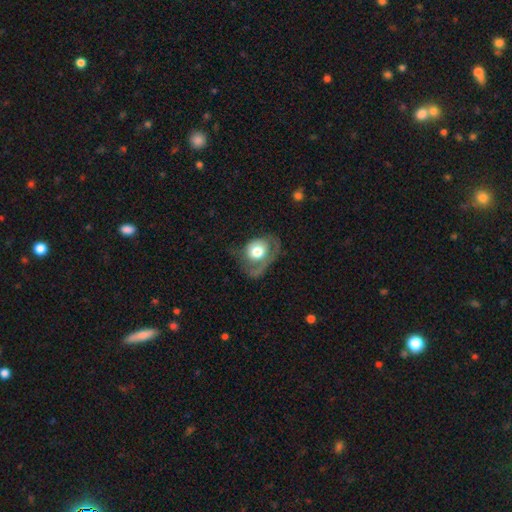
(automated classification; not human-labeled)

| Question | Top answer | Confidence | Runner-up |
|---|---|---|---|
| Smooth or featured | featured or disk | 46% | smooth (45%) |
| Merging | none | 36% | tied: major disturbance (36%) |